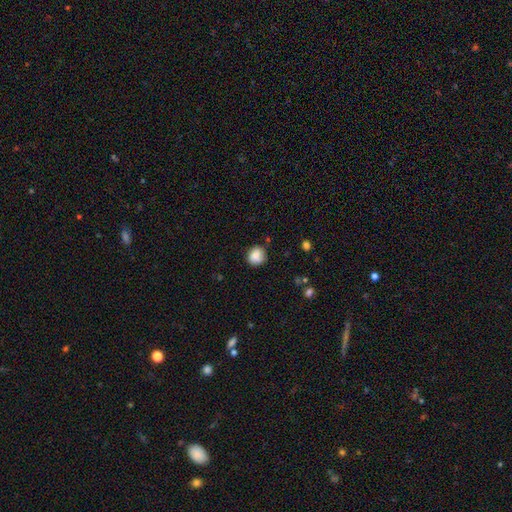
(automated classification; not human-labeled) The model was most divided on "merging": none: 73%, minor disturbance: 19%, major disturbance: 4%, merger: 4%. More confident: smooth or featured — smooth (85%); how rounded — round (80%).